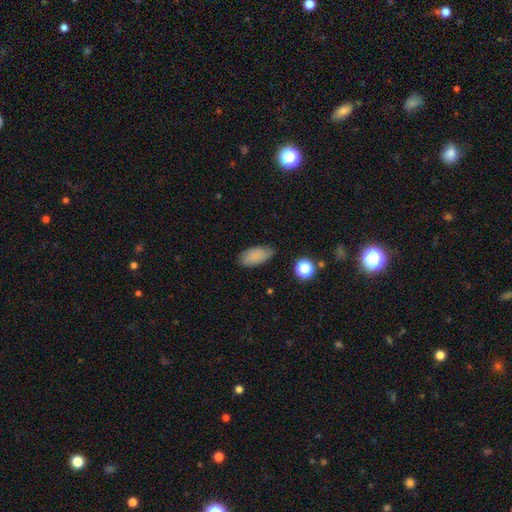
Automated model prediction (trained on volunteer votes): This is likely a smooth galaxy (79%). How rounded: clearly in between (91%). Merging: likely none (70%).